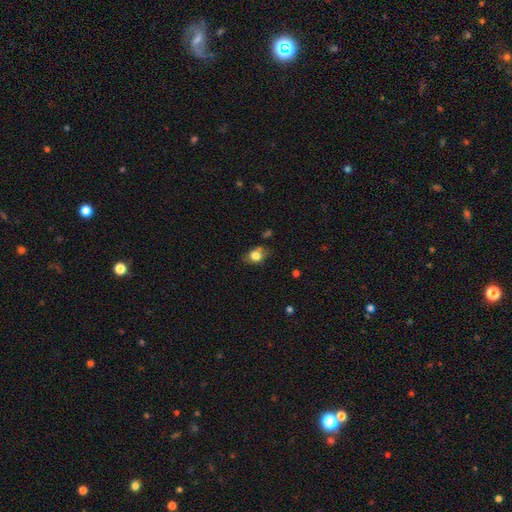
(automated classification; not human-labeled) Smooth or featured? Predicted: smooth (p=0.76). How rounded? Predicted: in between (p=0.63). Merging? Predicted: none (p=0.63).